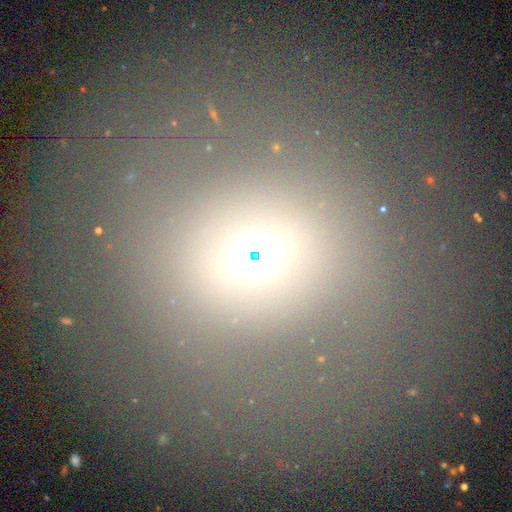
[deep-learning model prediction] A smooth galaxy with no disk features (62%) that is round (71%). Merging: none (69%).